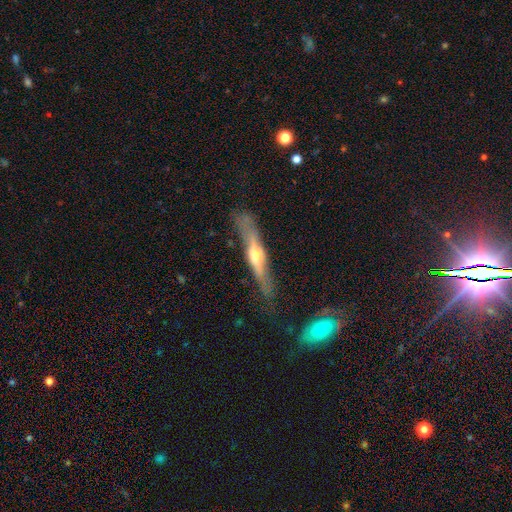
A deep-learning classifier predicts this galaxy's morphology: smooth_or_featured: featured or disk (p=0.64) [alt: smooth p=0.30]
disk_edge_on: yes (p=0.89) [alt: no p=0.11]
edge_on_bulge: rounded (p=0.86) [alt: none p=0.09]
merging: none (p=0.75) [alt: minor disturbance p=0.17]